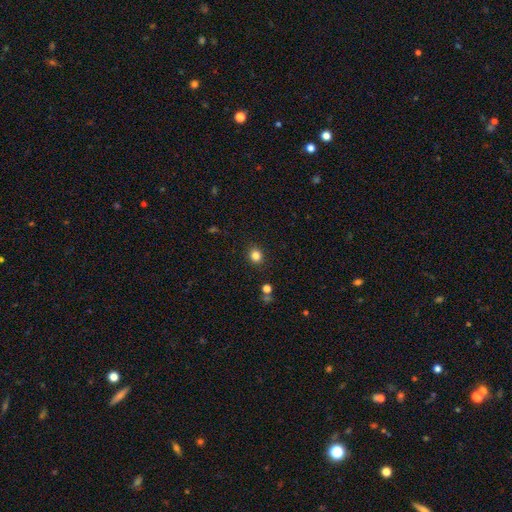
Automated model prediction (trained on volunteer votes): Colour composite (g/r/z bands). It shows a smooth galaxy with no disk features (83%) that is round (79%). Merging: none (89%).